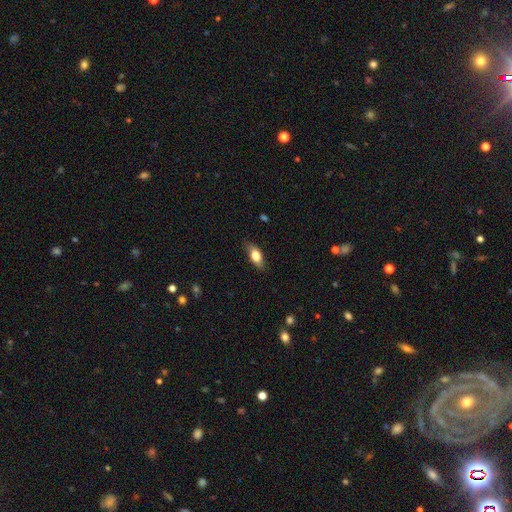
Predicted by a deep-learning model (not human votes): Smooth or featured?
  - smooth: 73% *
  - featured or disk: 20%
  - star or artifact: 7%
How rounded?
  - in between: 81% *
  - cigar-shaped: 13%
  - round: 5%
Merging?
  - none: 80% *
  - minor disturbance: 15%
  - major disturbance: 3%
  - merger: 1%